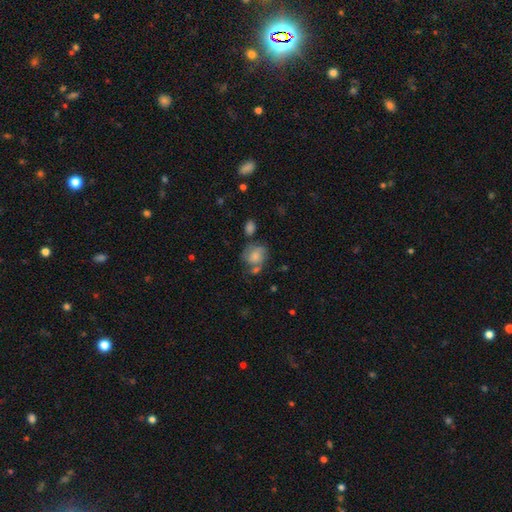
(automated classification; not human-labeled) smooth-or-featured: featured or disk: 44% | smooth: 43% | star or artifact: 13%
  merging: none: 47% | minor disturbance: 23% | merger: 15% | major disturbance: 15%